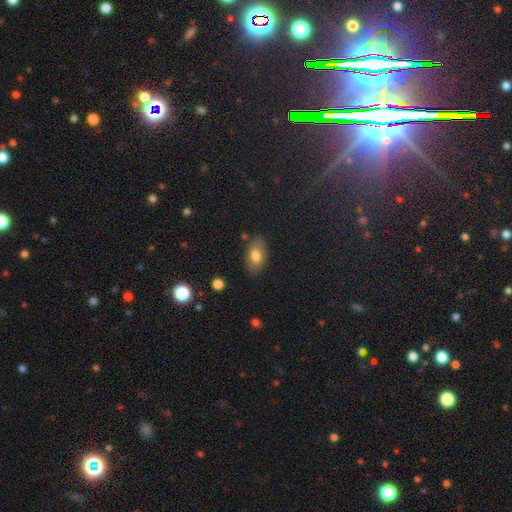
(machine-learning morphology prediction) type=smooth (77%); roundness=in between (91%); merging=none (80%).